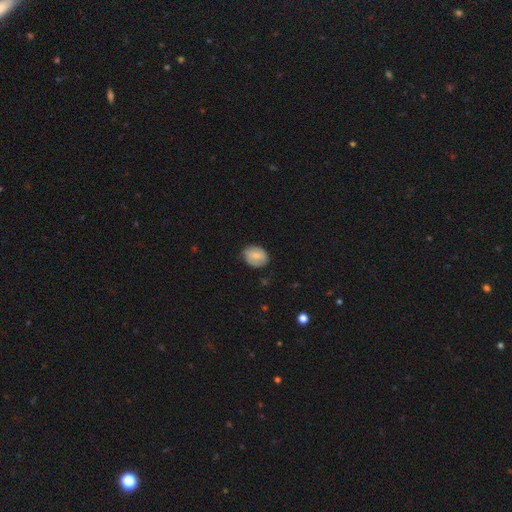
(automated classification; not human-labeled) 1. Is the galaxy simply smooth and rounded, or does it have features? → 65% smooth, 28% featured or disk, 7% star or artifact.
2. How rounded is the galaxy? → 58% in between, 41% round, 1% cigar-shaped.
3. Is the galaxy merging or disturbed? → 76% none, 19% minor disturbance, 4% major disturbance, 1% merger.